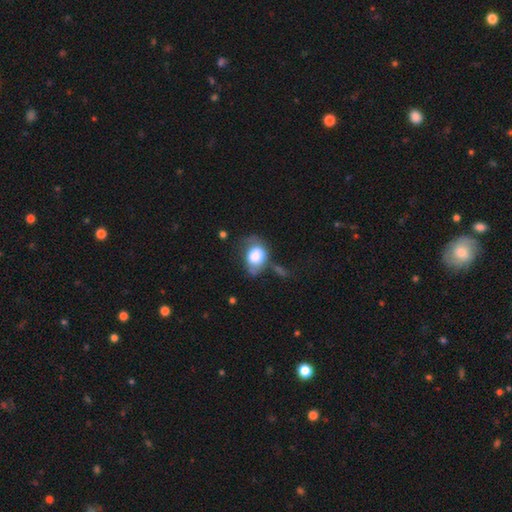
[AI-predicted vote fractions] smooth-or-featured: smooth: 72% | featured or disk: 19% | star or artifact: 8%
  how-rounded: in between: 63% | round: 35% | cigar-shaped: 1%
  merging: none: 35% | minor disturbance: 32% | major disturbance: 23% | merger: 11%